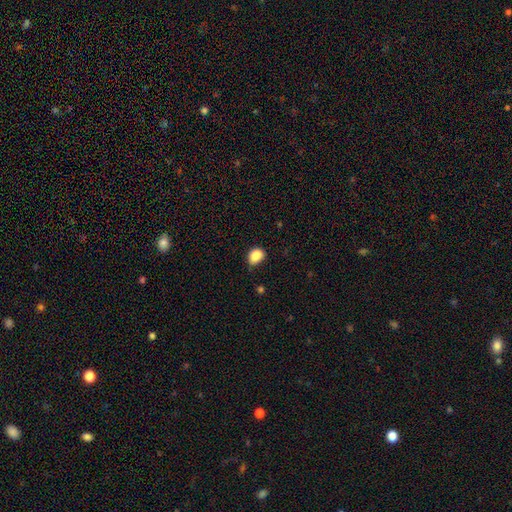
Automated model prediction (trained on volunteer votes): smooth-or-featured: smooth: 88% | star or artifact: 9% | featured or disk: 3%
  how-rounded: in between: 58% | round: 41% | cigar-shaped: 1%
  merging: none: 67% | minor disturbance: 27% | major disturbance: 4% | merger: 2%